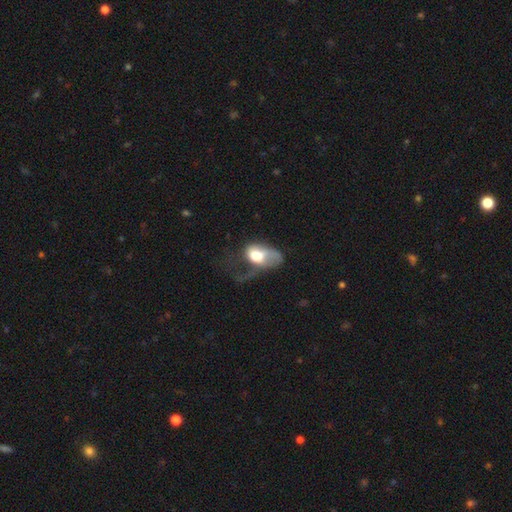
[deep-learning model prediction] This appears to be a smooth galaxy with no disk features (55%) that is in between round and cigar-shaped (84%). Merging: major disturbance (65%).